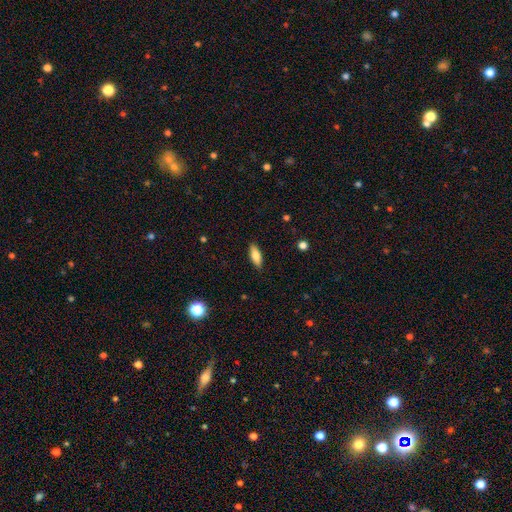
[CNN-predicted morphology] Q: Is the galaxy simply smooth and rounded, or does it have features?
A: smooth — 83%.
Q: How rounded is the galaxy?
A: in between — 66%.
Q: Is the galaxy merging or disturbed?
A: none — 87%.